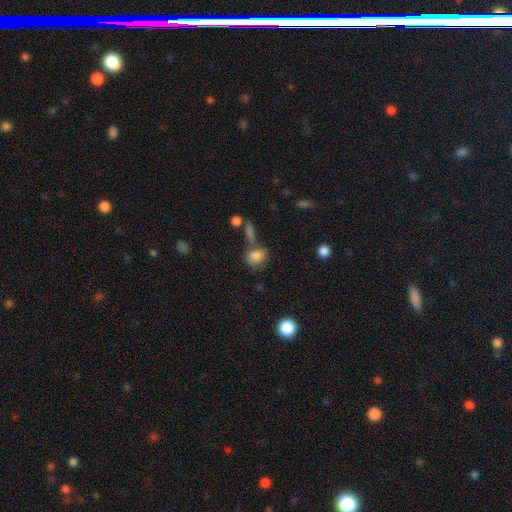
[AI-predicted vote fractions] This appears to be a smooth galaxy with no disk features (83%) that is round (60%). Merging: none (52%).